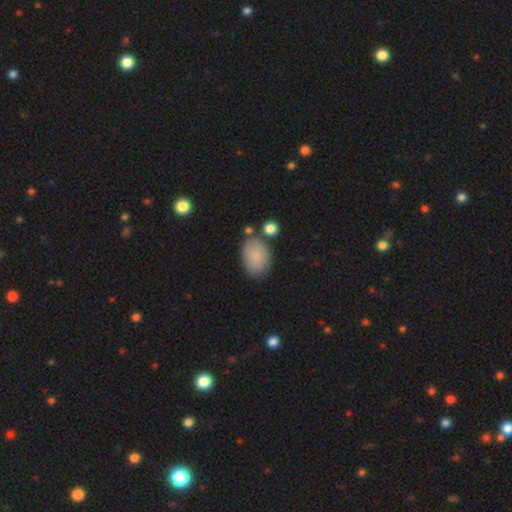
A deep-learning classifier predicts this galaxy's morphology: A smooth galaxy with no disk features (84%) that is in between round and cigar-shaped (85%). Merging: none (74%).